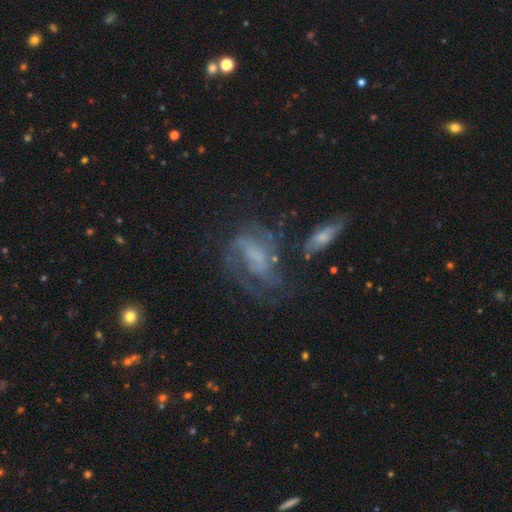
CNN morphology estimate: featured or disk 71%, smooth 18%, star or artifact 11%. Down the decision tree: edge-on disk — no (94%); bar — no (42%); spiral arms — yes (80%); spiral arm count — 2 (36%); spiral winding — medium (43%); bulge size — none (49%); merging — none (41%).